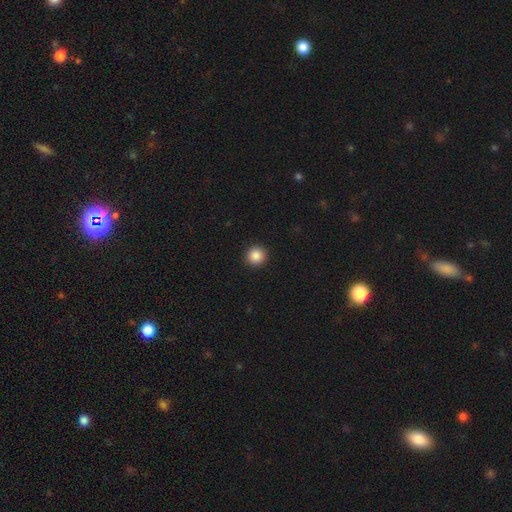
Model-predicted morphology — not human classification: smooth-or-featured: smooth: 88% | star or artifact: 9% | featured or disk: 3%
  how-rounded: round: 95% | in between: 4% | cigar-shaped: 1%
  merging: none: 93% | minor disturbance: 4% | major disturbance: 2% | merger: 1%